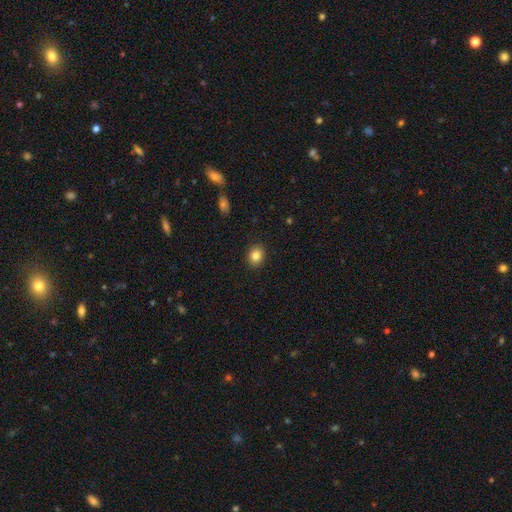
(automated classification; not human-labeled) Smooth or featured: smooth — 85% (star or artifact — 10%)
How rounded: round — 56% (in between — 43%)
Merging: none — 90% (minor disturbance — 7%)